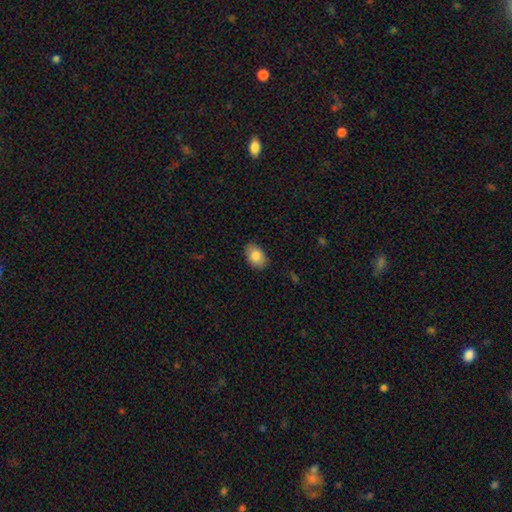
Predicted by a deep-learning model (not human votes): A smooth galaxy with no disk features (83%) that is in between round and cigar-shaped (83%).

Vote fractions:
- Smooth or featured? smooth: 83% / featured or disk: 9% / star or artifact: 7%
- How rounded? in between: 83% / round: 16% / cigar-shaped: 1%
- Merging? none: 84% / minor disturbance: 13% / major disturbance: 2% / merger: 1%